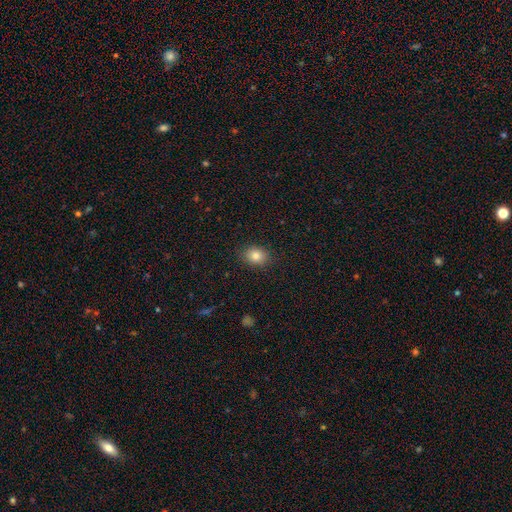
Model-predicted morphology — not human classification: The model was most divided on "how rounded": in between: 56%, round: 43%, cigar-shaped: 1%. More confident: merging — none (87%); smooth or featured — smooth (82%).